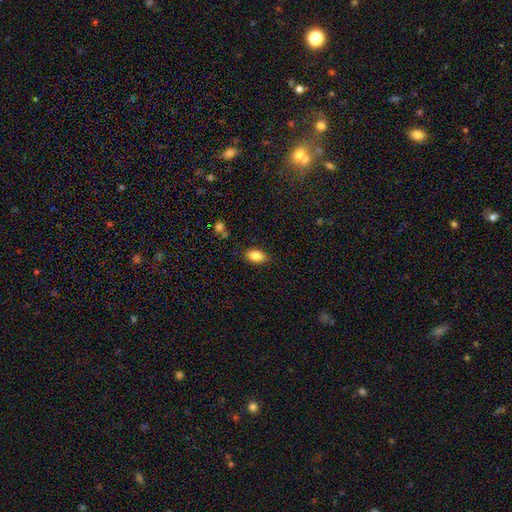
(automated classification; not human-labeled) A smooth galaxy with no disk features (85%) that is in between round and cigar-shaped (90%).

Vote fractions:
- Smooth or featured? smooth: 85% / star or artifact: 8% / featured or disk: 6%
- How rounded? in between: 90% / round: 7% / cigar-shaped: 3%
- Merging? none: 83% / minor disturbance: 13% / major disturbance: 3% / merger: 2%